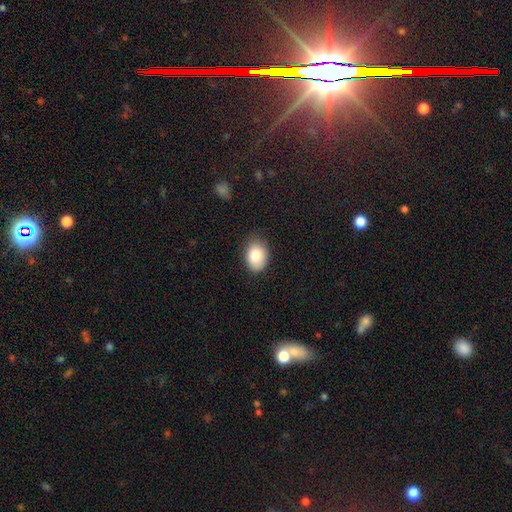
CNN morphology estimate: Smooth or featured? smooth (86%)
How rounded? in between (76%)
Merging? none (74%)